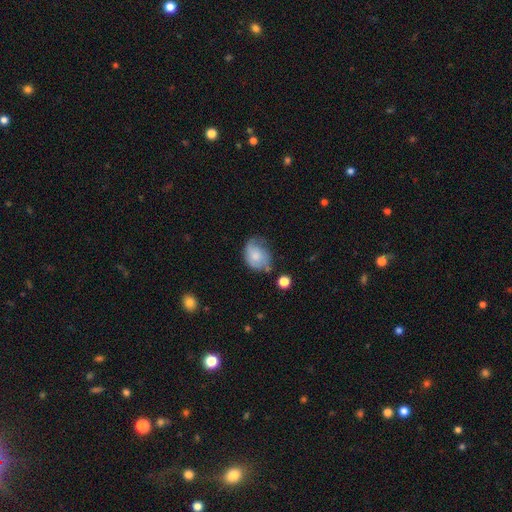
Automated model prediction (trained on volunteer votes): Smooth or featured?
  - smooth: 57% *
  - featured or disk: 34%
  - star or artifact: 8%
How rounded?
  - in between: 61% *
  - round: 38%
  - cigar-shaped: 1%
Merging?
  - none: 39% *
  - minor disturbance: 37%
  - major disturbance: 18%
  - merger: 5%